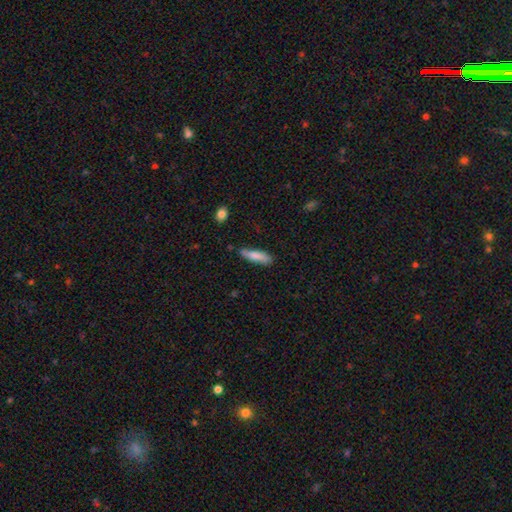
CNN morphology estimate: Smooth or featured: smooth — 81% (featured or disk — 13%)
How rounded: cigar-shaped — 72% (in between — 26%)
Merging: none — 68% (minor disturbance — 24%)